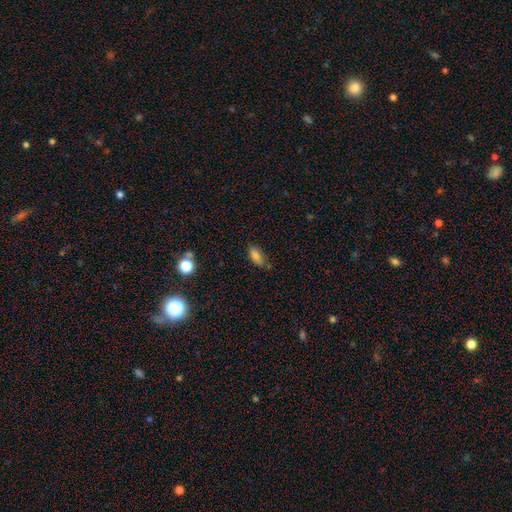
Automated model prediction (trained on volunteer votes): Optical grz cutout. It shows a smooth galaxy with no disk features (80%) that is in between round and cigar-shaped (86%). Merging: none (73%).